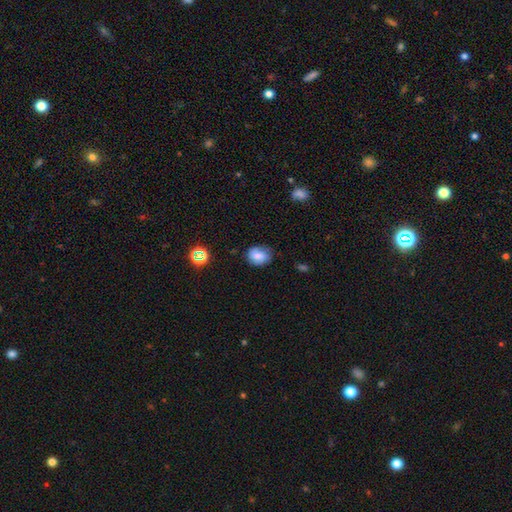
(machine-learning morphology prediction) Smooth or featured?
  - smooth: 71% *
  - featured or disk: 18%
  - star or artifact: 11%
How rounded?
  - in between: 52% *
  - round: 47%
  - cigar-shaped: 1%
Merging?
  - none: 62% *
  - minor disturbance: 28%
  - major disturbance: 7%
  - merger: 2%